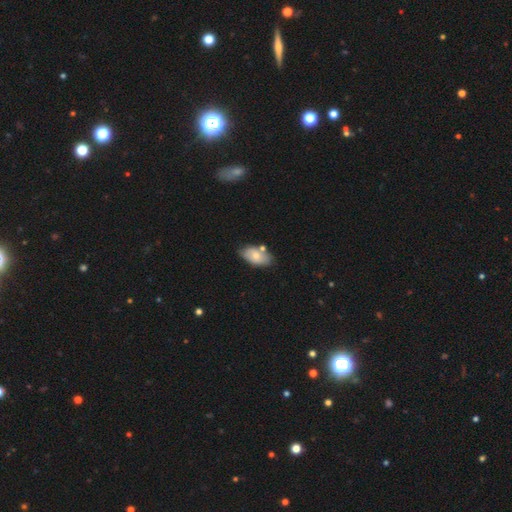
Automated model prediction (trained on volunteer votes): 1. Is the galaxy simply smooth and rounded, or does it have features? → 66% smooth, 28% featured or disk, 7% star or artifact.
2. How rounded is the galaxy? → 93% in between, 5% round, 2% cigar-shaped.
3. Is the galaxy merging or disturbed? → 64% none, 20% minor disturbance, 13% merger, 4% major disturbance.